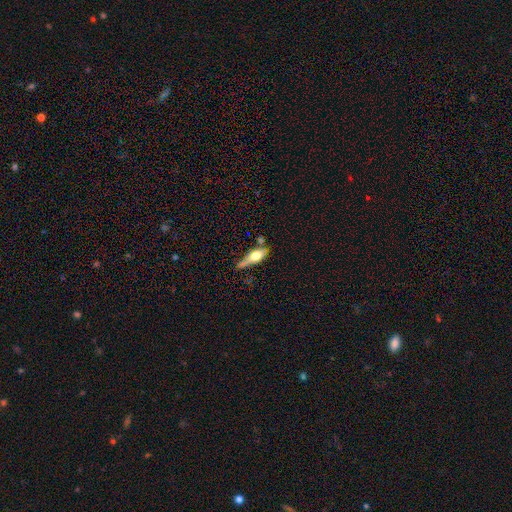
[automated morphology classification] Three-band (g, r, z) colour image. It shows a smooth galaxy with no disk features (50%). Merging: none (44%).